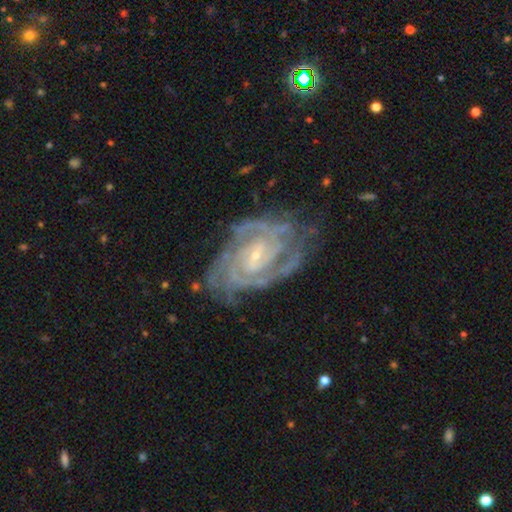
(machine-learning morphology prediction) A featured or disk galaxy (91%) with no bar (43%), 2 (31%) tight (69%) spiral arms (98%) and a small central bulge (80%). Merging: none (70%).